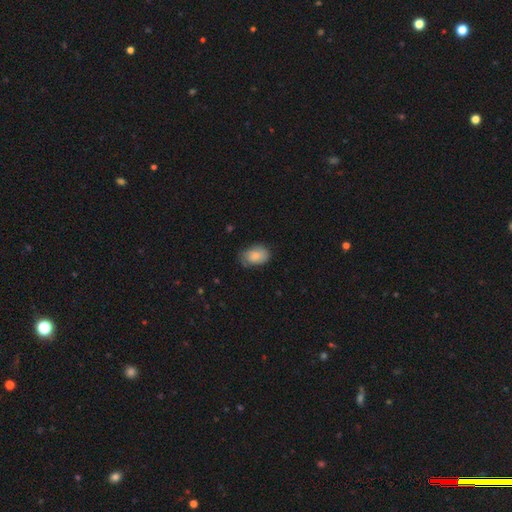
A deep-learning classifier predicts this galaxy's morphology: Smooth or featured? Predicted: smooth (p=0.79). How rounded? Predicted: in between (p=0.83). Merging? Predicted: none (p=0.63).